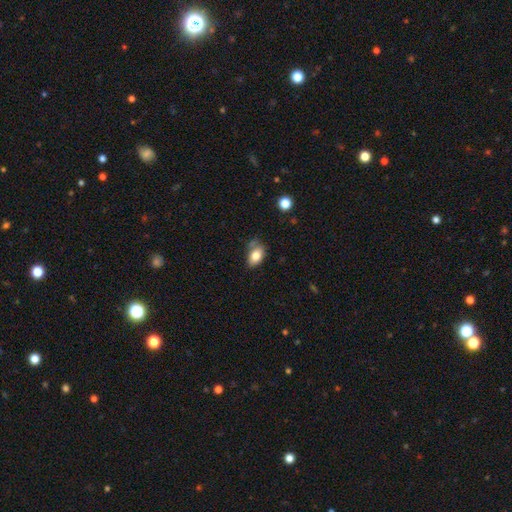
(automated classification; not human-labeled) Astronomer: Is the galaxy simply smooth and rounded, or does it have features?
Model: smooth — 80%.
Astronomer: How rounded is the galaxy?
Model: in between — 87%.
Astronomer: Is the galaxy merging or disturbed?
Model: none — 53% (runner-up: minor disturbance, 31%).